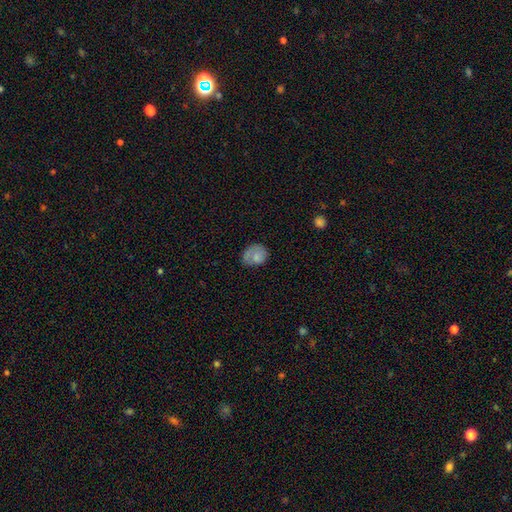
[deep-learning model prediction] Q: Smooth or featured?
A: smooth (69%); runner-up: featured or disk (23%)
Q: How rounded?
A: round (53%); runner-up: in between (46%)
Q: Merging?
A: none (51%); runner-up: minor disturbance (29%)